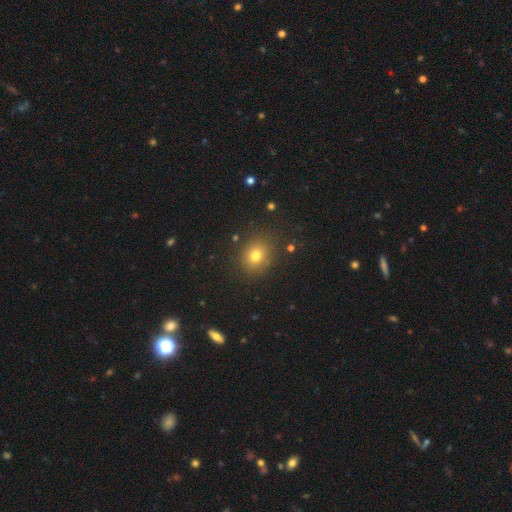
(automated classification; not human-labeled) A smooth galaxy with no disk features (75%) that is round (70%).

Vote fractions:
- Smooth or featured? smooth: 75% / star or artifact: 16% / featured or disk: 9%
- How rounded? round: 70% / in between: 29% / cigar-shaped: 1%
- Merging? none: 85% / minor disturbance: 9% / major disturbance: 3% / merger: 2%